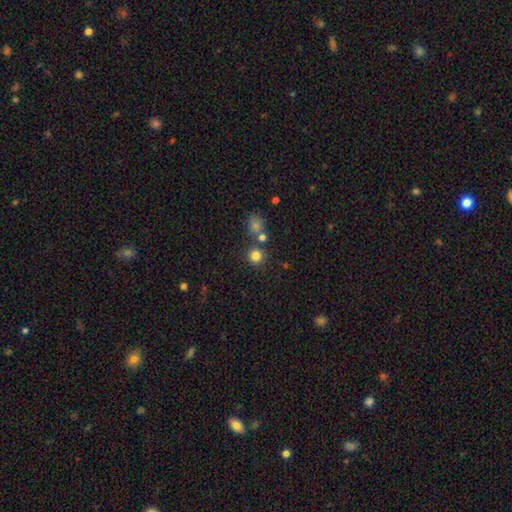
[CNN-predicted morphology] This appears to be a smooth galaxy with no disk features (80%) that is round (91%). Merging: none (76%).